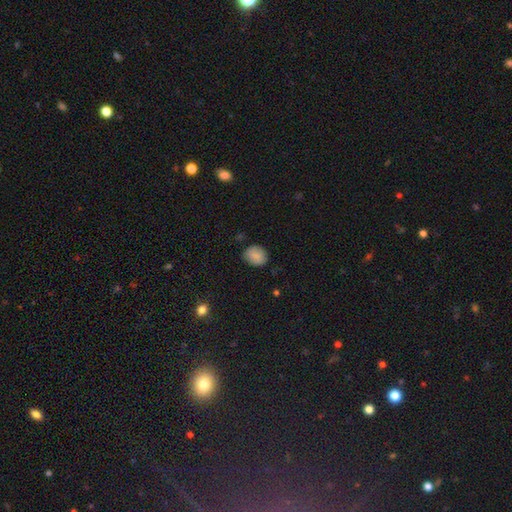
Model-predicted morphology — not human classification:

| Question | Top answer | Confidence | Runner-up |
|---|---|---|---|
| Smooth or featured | smooth | 85% | star or artifact (8%) |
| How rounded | round | 59% | in between (40%) |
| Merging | none | 80% | minor disturbance (16%) |